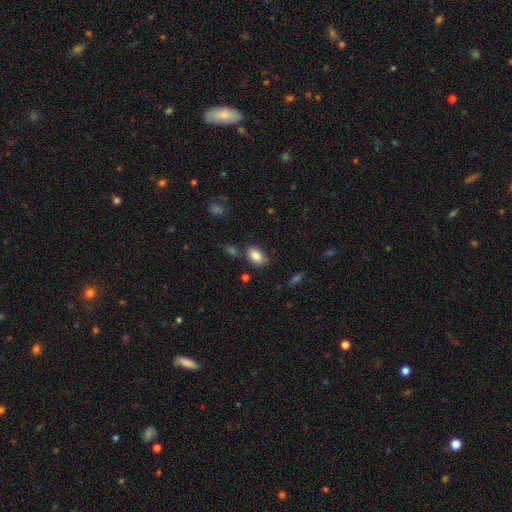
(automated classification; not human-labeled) smooth-or-featured: smooth: 86% | star or artifact: 8% | featured or disk: 6%
  how-rounded: in between: 88% | round: 11% | cigar-shaped: 1%
  merging: none: 74% | minor disturbance: 16% | merger: 6% | major disturbance: 4%